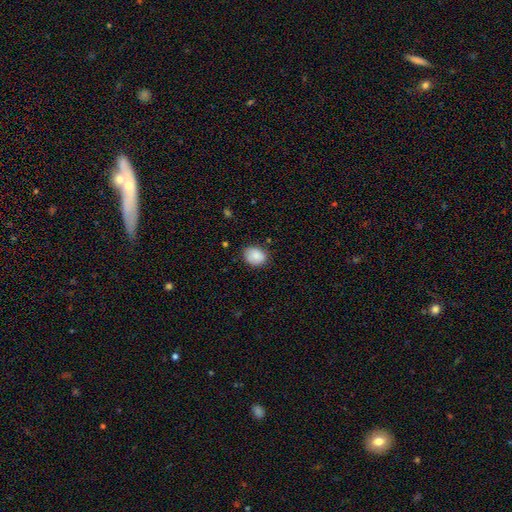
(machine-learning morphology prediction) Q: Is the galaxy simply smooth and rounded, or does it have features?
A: smooth — 87%.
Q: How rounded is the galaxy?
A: round — 52%.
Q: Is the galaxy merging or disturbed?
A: none — 77%.